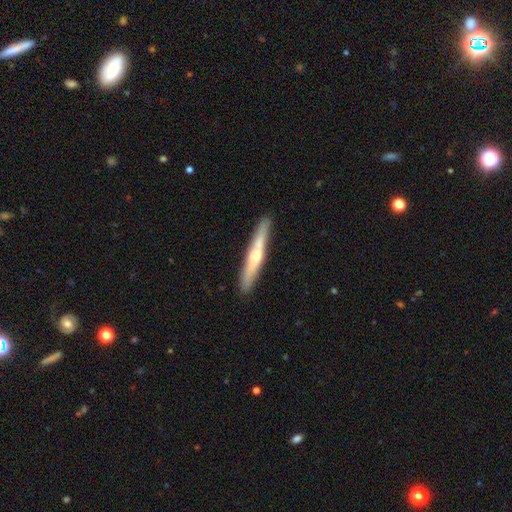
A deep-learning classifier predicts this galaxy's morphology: Overall: featured or disk (53%; smooth 42%). Edge-on disk: yes (93%). Merging: none (86%).